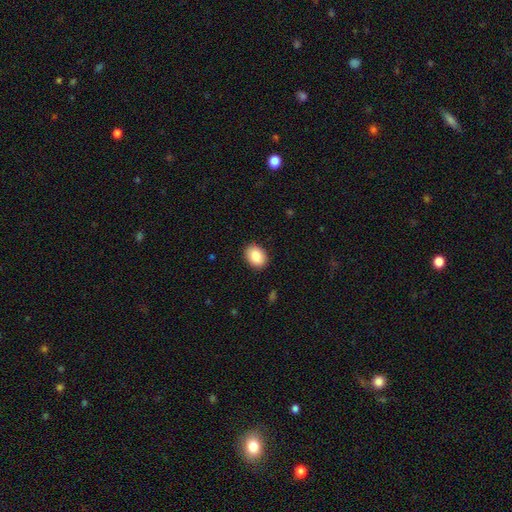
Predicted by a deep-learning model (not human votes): Smooth or featured?
  - smooth: 87% *
  - star or artifact: 7%
  - featured or disk: 5%
How rounded?
  - in between: 76% *
  - round: 23%
  - cigar-shaped: 1%
Merging?
  - none: 89% *
  - minor disturbance: 8%
  - major disturbance: 2%
  - merger: 1%